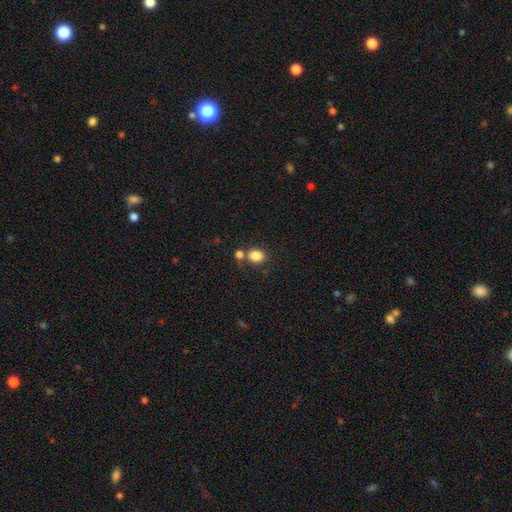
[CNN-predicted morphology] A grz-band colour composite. It shows a smooth galaxy with no disk features (84%) that is round (53%). Merging: none (59%).